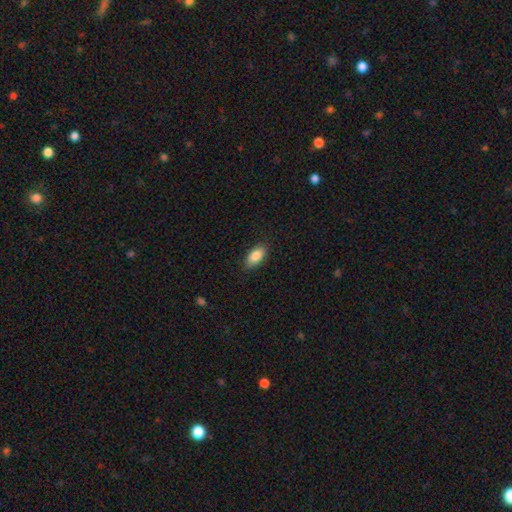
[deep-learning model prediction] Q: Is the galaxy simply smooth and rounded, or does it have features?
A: smooth — 87%.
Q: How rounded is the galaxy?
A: in between — 91%.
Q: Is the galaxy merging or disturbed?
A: none — 86%.